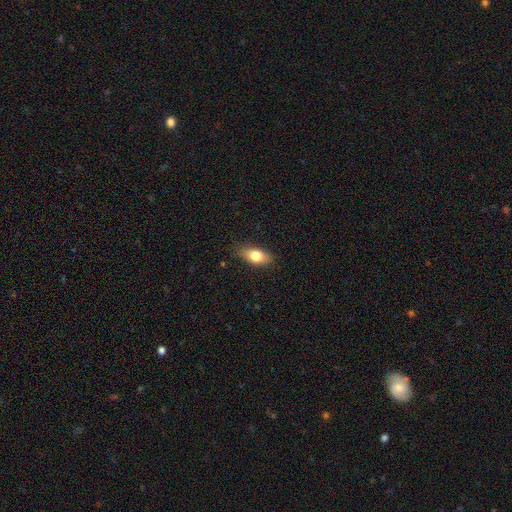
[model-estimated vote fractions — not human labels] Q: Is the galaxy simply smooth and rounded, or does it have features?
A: smooth — 75%.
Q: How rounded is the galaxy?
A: in between — 83%.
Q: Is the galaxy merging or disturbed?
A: none — 83%.